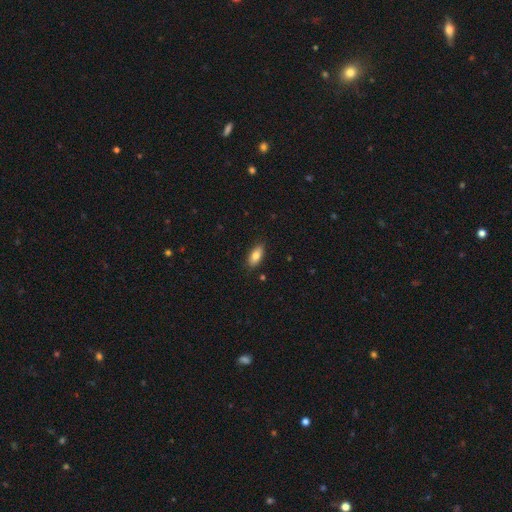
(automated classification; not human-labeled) Morphology: type=smooth (81%); roundness=in between (85%); merging=none (86%).